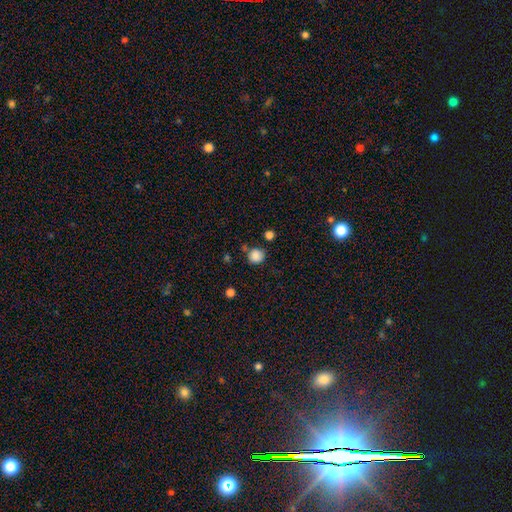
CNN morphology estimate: smooth 85%, star or artifact 11%, featured or disk 4%. Down the decision tree: how rounded — round (88%); merging — none (73%).